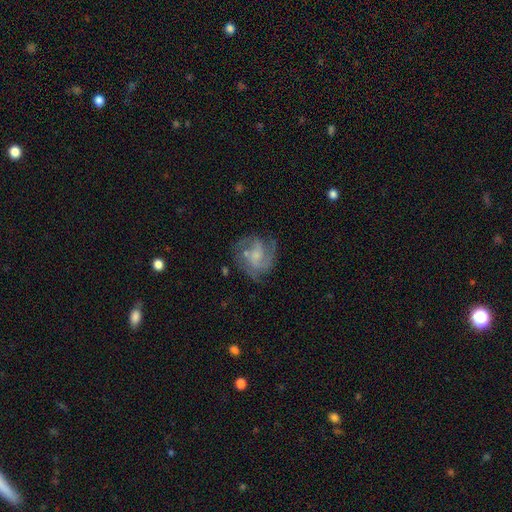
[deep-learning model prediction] A featured or disk galaxy (78%) with no bar (57%), 3 (33%) medium (49%) spiral arms (92%) and a small central bulge (54%).

Vote fractions:
- Smooth or featured? featured or disk: 78% / smooth: 15% / star or artifact: 7%
- Edge-on disk? no: 98% / yes: 2%
- Bar? no: 57% / weak: 37% / strong: 7%
- Spiral arms? yes: 92% / no: 8%
- Spiral winding? medium: 49% / tight: 33% / loose: 18%
- Spiral arm count? 3: 33% / 2: 31% / can't tell: 19% / 4: 7% / 1: 6% / more than 4: 4%
- Bulge size? small: 54% / moderate: 28% / none: 14% / large: 3% / dominant: 1%
- Merging? none: 63% / minor disturbance: 19% / major disturbance: 13% / merger: 4%